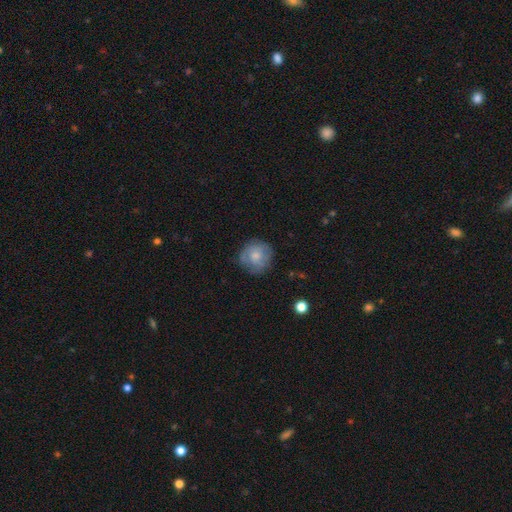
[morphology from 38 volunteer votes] smooth 66%, featured or disk 26%, star or artifact 8%. Down the decision tree: how rounded — round (92%); merging — none (71%).